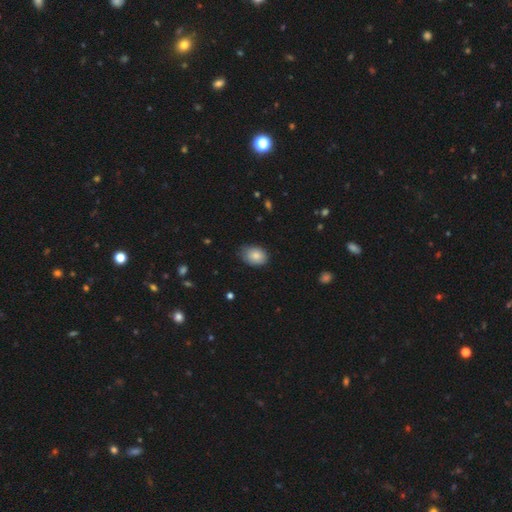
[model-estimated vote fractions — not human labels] This appears to be a smooth galaxy with no disk features (85%) that is in between round and cigar-shaped (70%). Merging: none (68%).